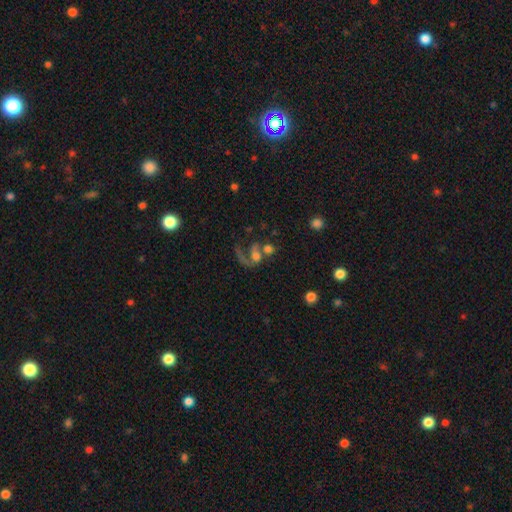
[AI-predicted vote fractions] smooth_or_featured: featured or disk (p=0.47) [alt: smooth p=0.39]
merging: merger (p=0.46) [alt: major disturbance p=0.26]